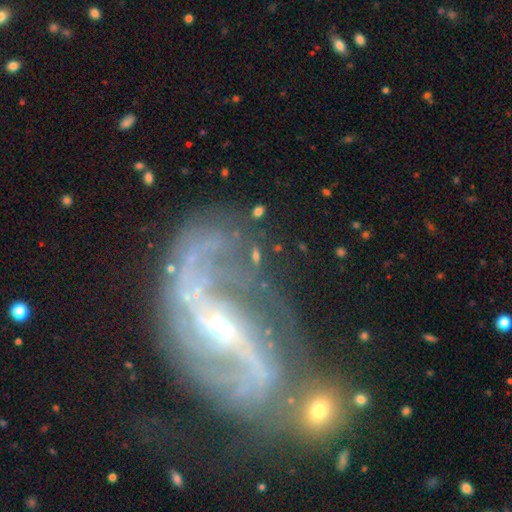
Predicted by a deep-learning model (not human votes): The model was most divided on "bar": weak: 38%, no: 33%, strong: 29%. Remaining: edge-on disk — no (96%); spiral arms — yes (90%); smooth or featured — featured or disk (86%); bulge size — small (58%); spiral arm count — 2 (56%); merging — none (49%); spiral winding — loose (49%).